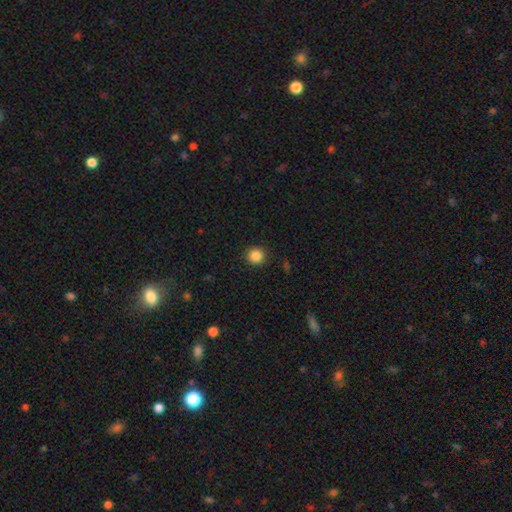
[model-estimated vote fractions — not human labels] A smooth galaxy with no disk features (86%) that is round (93%). Merging: none (91%).